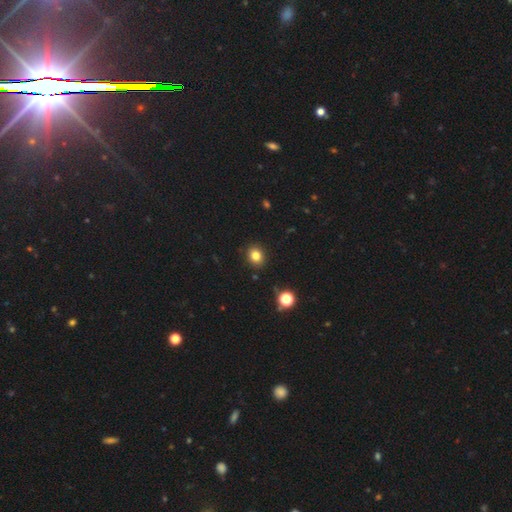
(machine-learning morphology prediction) Q: Smooth or featured?
A: smooth (81%); runner-up: star or artifact (13%)
Q: How rounded?
A: round (67%); runner-up: in between (32%)
Q: Merging?
A: none (89%); runner-up: minor disturbance (8%)